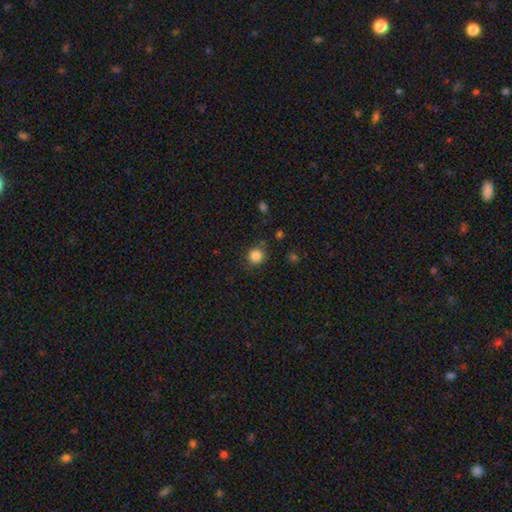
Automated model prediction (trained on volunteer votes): smooth-or-featured: smooth: 84% | star or artifact: 11% | featured or disk: 4%
  how-rounded: round: 90% | in between: 9% | cigar-shaped: 1%
  merging: none: 83% | minor disturbance: 10% | merger: 4% | major disturbance: 3%